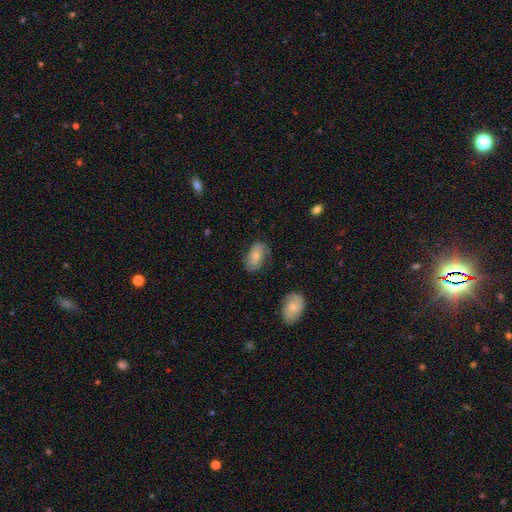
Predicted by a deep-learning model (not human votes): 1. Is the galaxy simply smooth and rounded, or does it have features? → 48% featured or disk, 44% smooth, 8% star or artifact.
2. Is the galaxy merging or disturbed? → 67% none, 22% minor disturbance, 9% major disturbance, 2% merger.